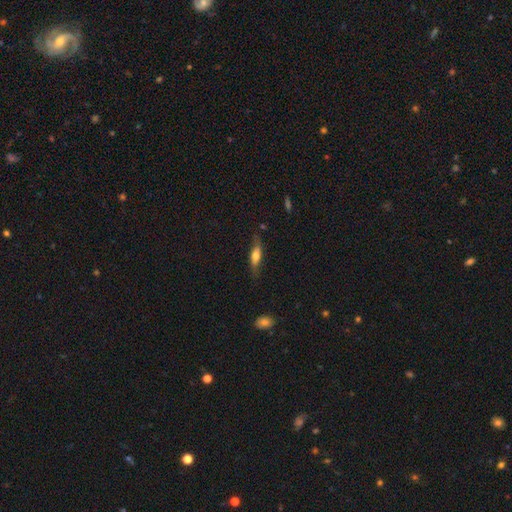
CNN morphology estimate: The model was most divided on "smooth or featured": smooth: 52%, featured or disk: 41%, star or artifact: 7%. More confident: merging — none (73%); how rounded — cigar-shaped (60%).